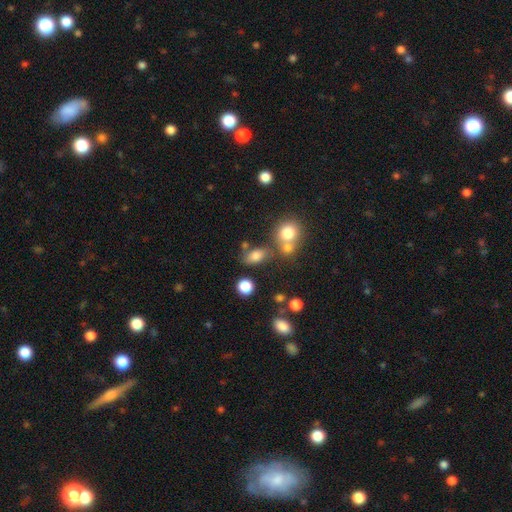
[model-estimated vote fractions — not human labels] A smooth galaxy with no disk features (78%) that is in between round and cigar-shaped (79%). Merging: none (59%).